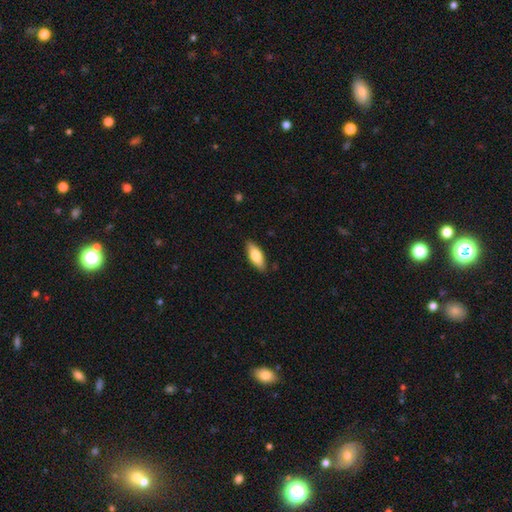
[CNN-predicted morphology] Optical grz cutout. It shows a smooth galaxy with no disk features (73%) that is in between round and cigar-shaped (72%). Merging: none (86%).